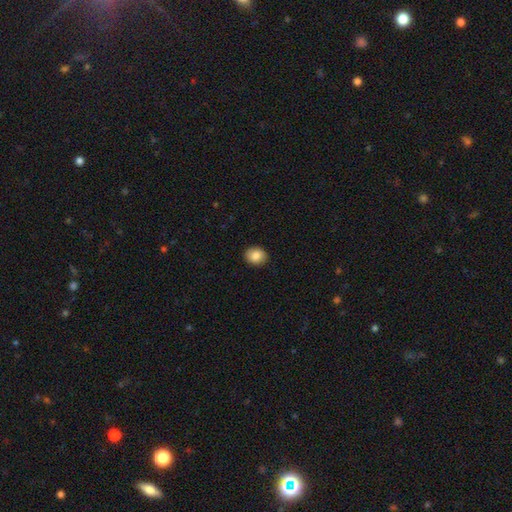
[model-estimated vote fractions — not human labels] Smooth or featured? Predicted: smooth (p=0.86). How rounded? Predicted: round (p=0.60). Merging? Predicted: none (p=0.90).